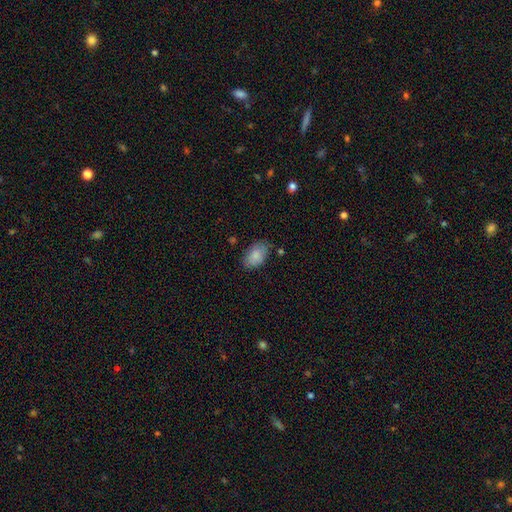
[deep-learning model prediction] smooth-or-featured: smooth: 84% | featured or disk: 9% | star or artifact: 7%
  how-rounded: in between: 91% | round: 8% | cigar-shaped: 1%
  merging: none: 73% | minor disturbance: 19% | major disturbance: 4% | merger: 3%